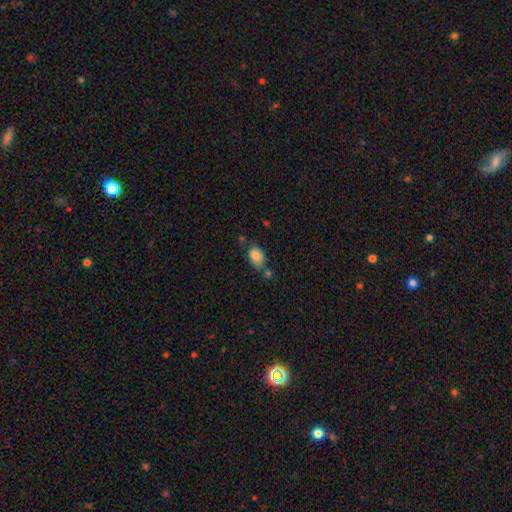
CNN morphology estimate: Smooth or featured? smooth (84%)
How rounded? in between (80%)
Merging? none (51%)